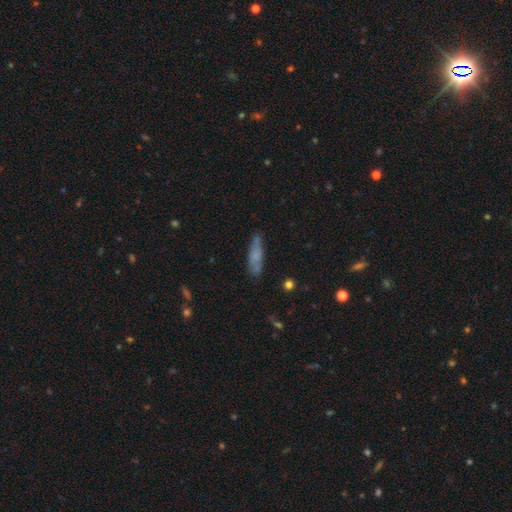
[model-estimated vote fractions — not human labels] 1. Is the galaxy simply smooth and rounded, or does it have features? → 65% smooth, 26% featured or disk, 9% star or artifact.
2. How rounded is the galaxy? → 63% cigar-shaped, 35% in between, 2% round.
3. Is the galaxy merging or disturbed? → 74% none, 19% minor disturbance, 5% major disturbance, 3% merger.